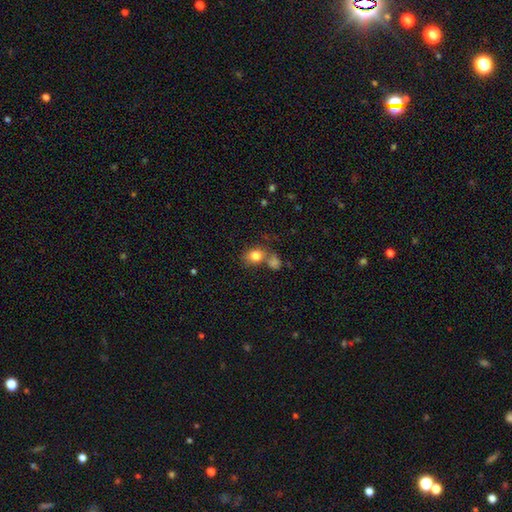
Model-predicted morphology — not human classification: A smooth galaxy with no disk features (81%) that is round (56%).

Vote fractions:
- Smooth or featured? smooth: 81% / star or artifact: 10% / featured or disk: 9%
- How rounded? round: 56% / in between: 43% / cigar-shaped: 1%
- Merging? none: 50% / merger: 32% / minor disturbance: 13% / major disturbance: 5%